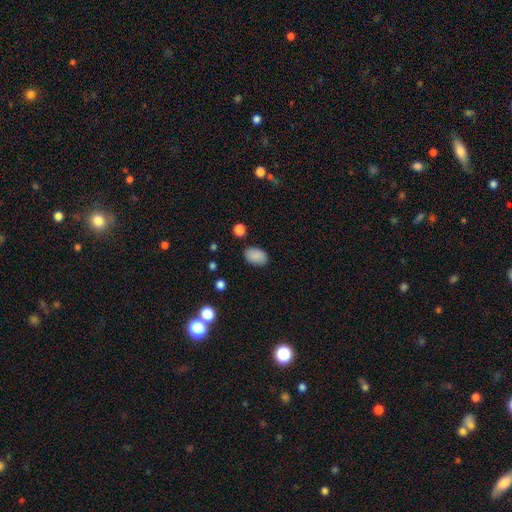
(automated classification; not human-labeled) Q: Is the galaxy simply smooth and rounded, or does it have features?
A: smooth — 88%.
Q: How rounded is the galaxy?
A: in between — 89%.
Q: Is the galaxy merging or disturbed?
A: none — 83%.